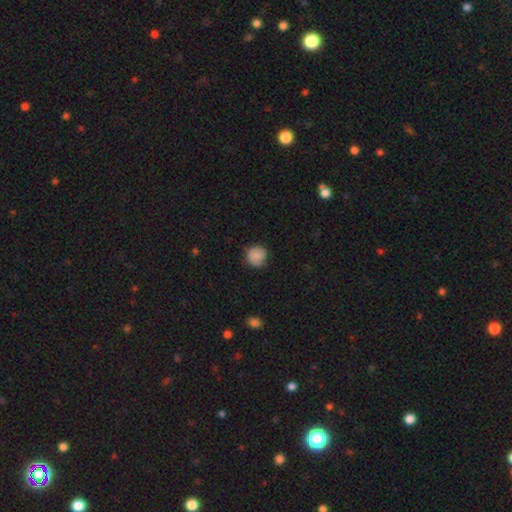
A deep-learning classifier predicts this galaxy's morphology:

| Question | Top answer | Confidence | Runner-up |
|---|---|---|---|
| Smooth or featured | smooth | 86% | star or artifact (9%) |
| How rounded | round | 90% | in between (9%) |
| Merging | none | 79% | minor disturbance (17%) |